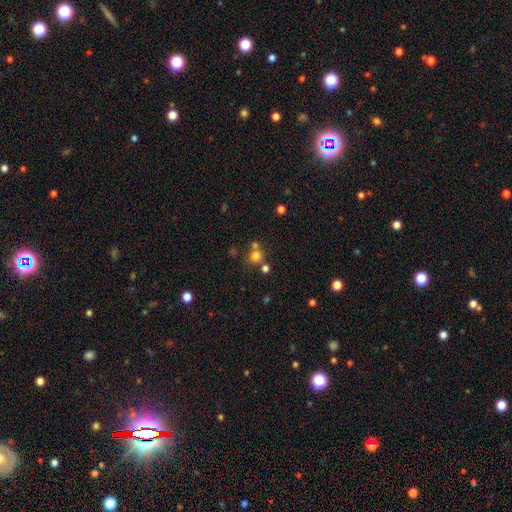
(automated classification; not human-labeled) A smooth galaxy with no disk features (72%) that is round (89%). Merging: none (60%).